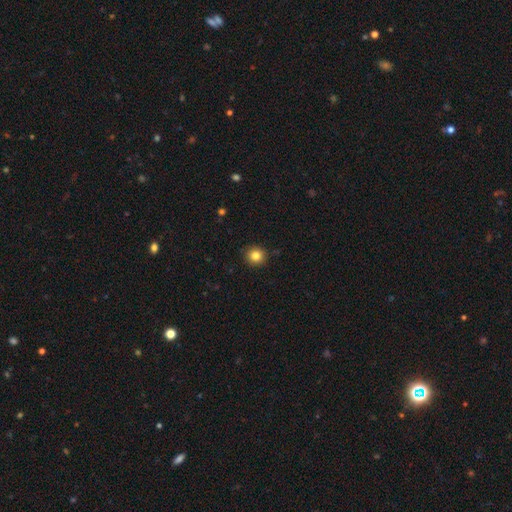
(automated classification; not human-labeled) smooth_or_featured: smooth (p=0.83) [alt: star or artifact p=0.11]
how_rounded: round (p=0.93) [alt: in between p=0.06]
merging: none (p=0.92) [alt: minor disturbance p=0.05]